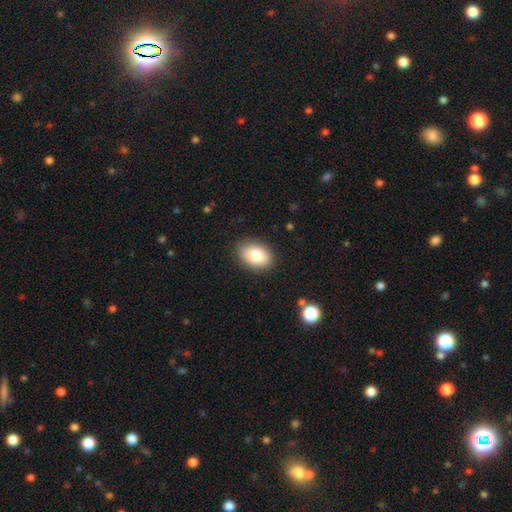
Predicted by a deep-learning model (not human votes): smooth_or_featured: smooth (p=0.83) [alt: featured or disk p=0.09]
how_rounded: in between (p=0.84) [alt: round p=0.15]
merging: none (p=0.87) [alt: minor disturbance p=0.10]